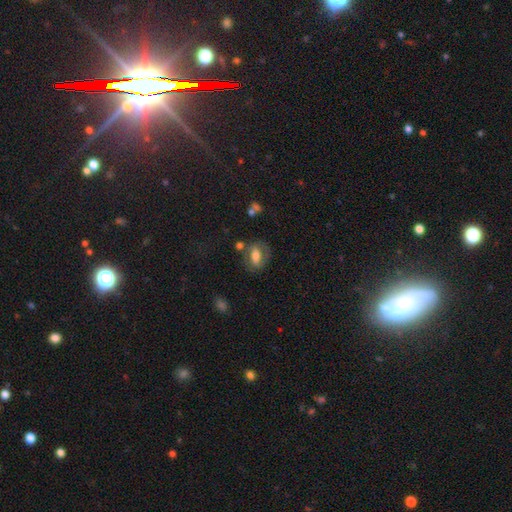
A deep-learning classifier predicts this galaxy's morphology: Smooth or featured?
  - smooth: 51% *
  - featured or disk: 40%
  - star or artifact: 9%
How rounded?
  - in between: 76% *
  - round: 20%
  - cigar-shaped: 4%
Merging?
  - none: 60% *
  - minor disturbance: 19%
  - major disturbance: 13%
  - merger: 8%